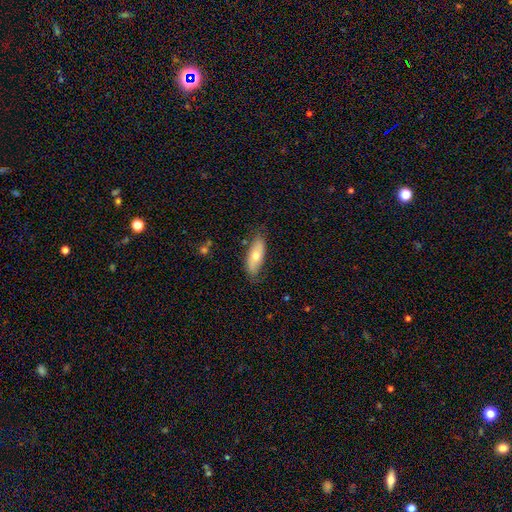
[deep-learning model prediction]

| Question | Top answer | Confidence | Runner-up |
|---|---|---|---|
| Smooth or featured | smooth | 60% | featured or disk (33%) |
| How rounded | in between | 73% | cigar-shaped (24%) |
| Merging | none | 75% | minor disturbance (19%) |